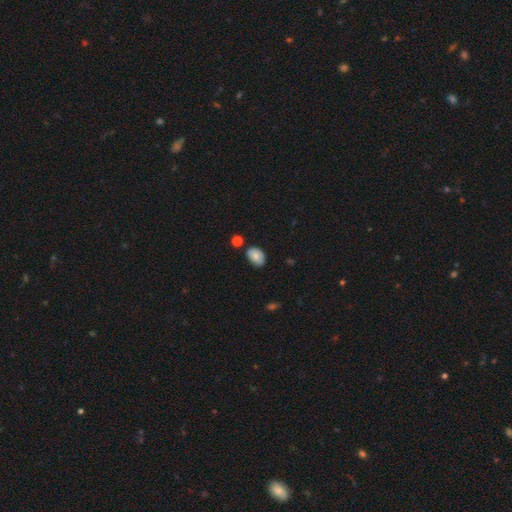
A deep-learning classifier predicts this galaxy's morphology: This appears to be a smooth galaxy with no disk features (79%) that is in between round and cigar-shaped (86%). Merging: none (70%).